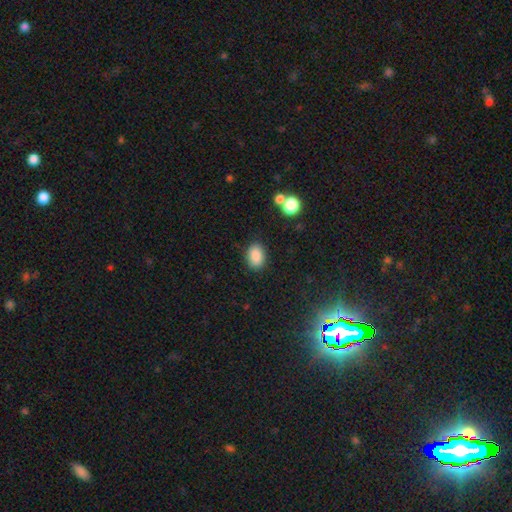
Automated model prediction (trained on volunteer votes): Smooth or featured? smooth (86%)
How rounded? in between (81%)
Merging? none (86%)